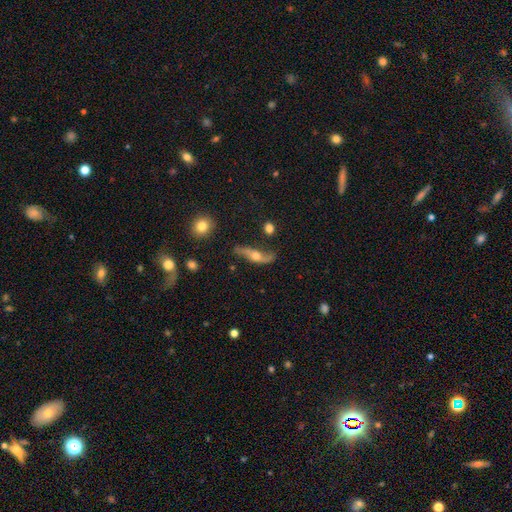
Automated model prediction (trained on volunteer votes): A featured or disk galaxy (73%). Merging: none (60%).